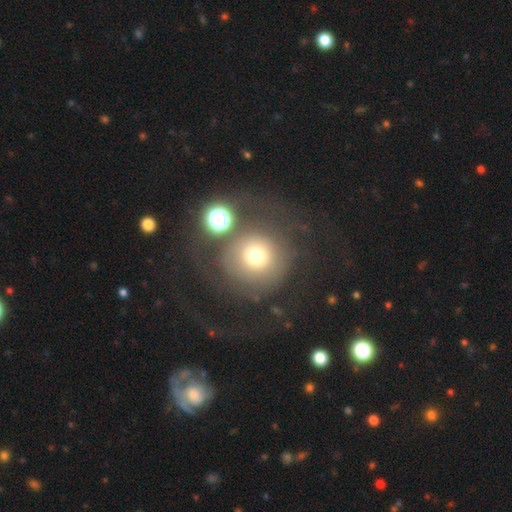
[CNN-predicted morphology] This appears to be a smooth galaxy with no disk features (67%) that is round (94%). Merging: none (62%).